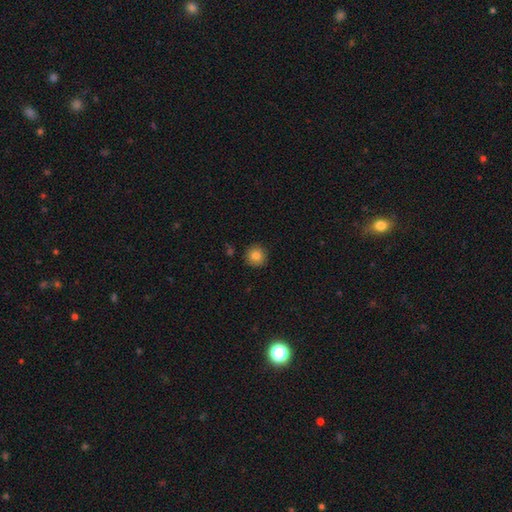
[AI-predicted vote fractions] The model was most divided on "smooth or featured": smooth: 83%, star or artifact: 10%, featured or disk: 7%. More confident: how rounded — round (94%); merging — none (91%).